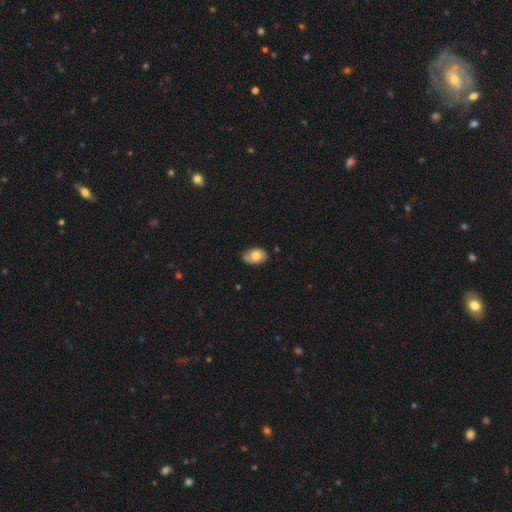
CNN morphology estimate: Overall: smooth (70%). How rounded: in between (89%). Merging: none (69%).